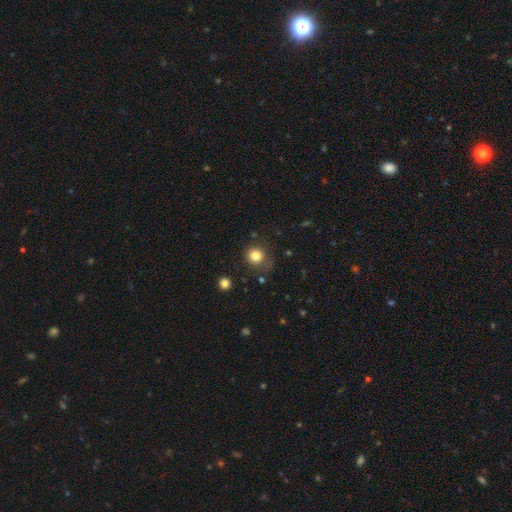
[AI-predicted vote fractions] This appears to be a smooth galaxy with no disk features (82%) that is round (87%). Merging: none (72%).